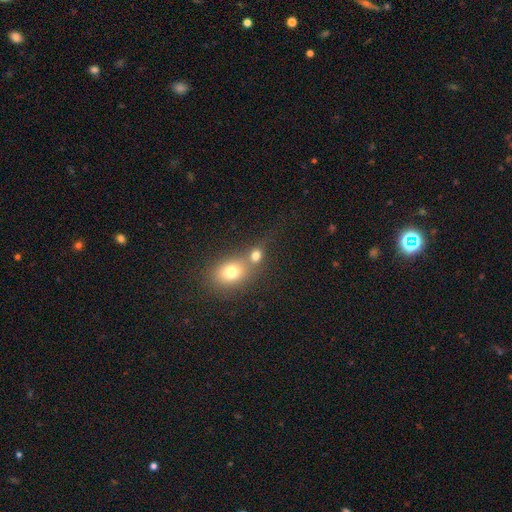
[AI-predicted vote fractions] Overall: smooth (75%). How rounded: round (58%; in between 40%). Merging: merger (47%; none 39%).